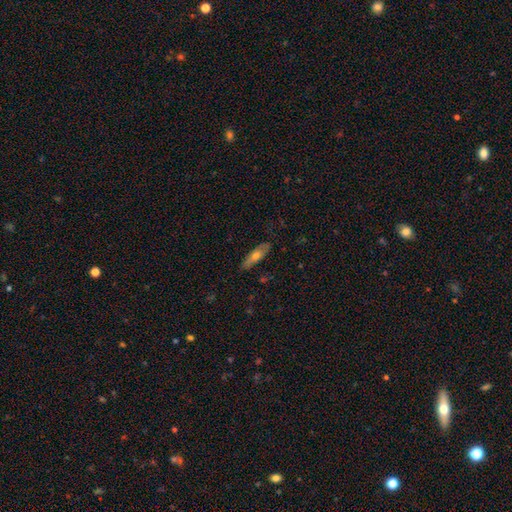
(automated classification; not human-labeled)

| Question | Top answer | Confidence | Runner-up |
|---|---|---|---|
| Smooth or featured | smooth | 55% | featured or disk (38%) |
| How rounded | cigar-shaped | 54% | in between (43%) |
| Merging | none | 82% | minor disturbance (14%) |